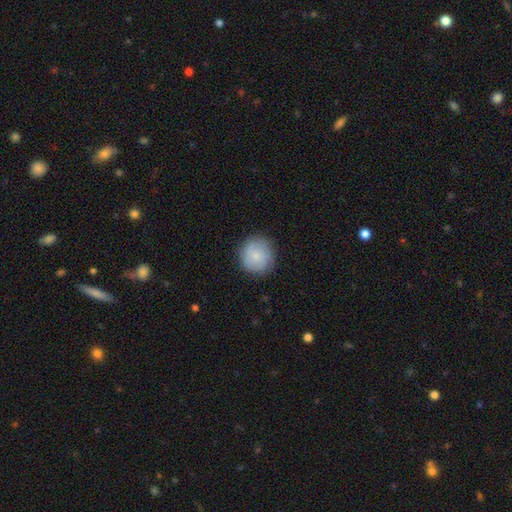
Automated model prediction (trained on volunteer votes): smooth 76%, featured or disk 17%, star or artifact 7%. Down the decision tree: how rounded — round (94%); merging — none (85%).